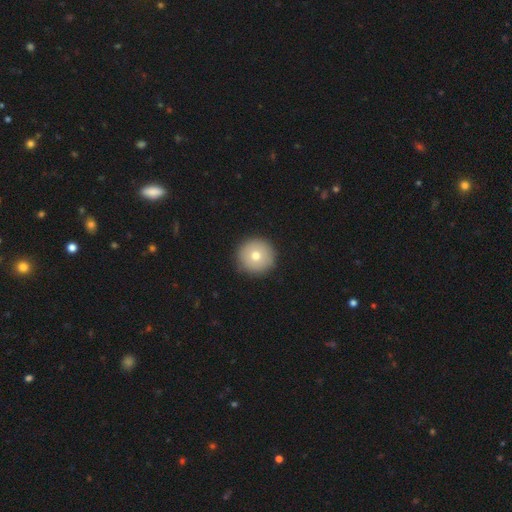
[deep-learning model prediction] This is likely a smooth galaxy (74%). How rounded: clearly round (96%). Merging: clearly none (92%).